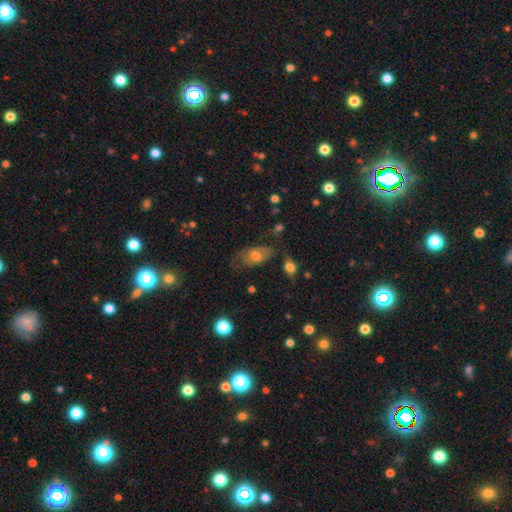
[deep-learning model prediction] A smooth galaxy with no disk features (57%) that is in between round and cigar-shaped (88%).

Vote fractions:
- Smooth or featured? smooth: 57% / featured or disk: 33% / star or artifact: 10%
- How rounded? in between: 88% / round: 8% / cigar-shaped: 4%
- Merging? none: 50% / minor disturbance: 29% / major disturbance: 17% / merger: 4%